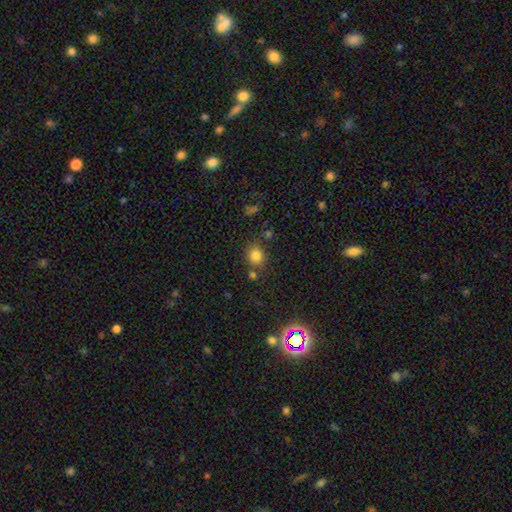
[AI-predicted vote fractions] Q: Smooth or featured?
A: smooth (81%); runner-up: star or artifact (13%)
Q: How rounded?
A: round (75%); runner-up: in between (24%)
Q: Merging?
A: none (75%); runner-up: minor disturbance (11%)